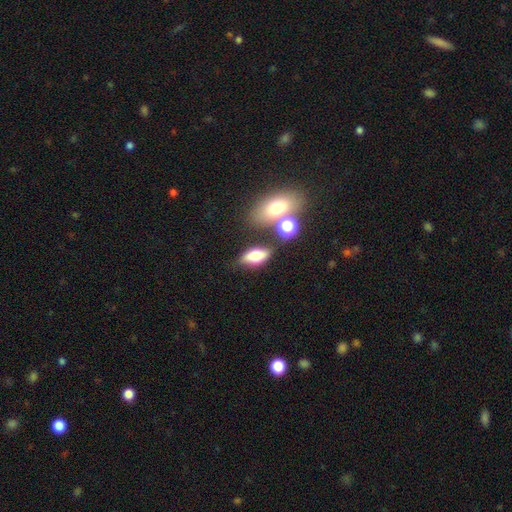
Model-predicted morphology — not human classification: Q: Smooth or featured?
A: smooth (68%); runner-up: featured or disk (22%)
Q: How rounded?
A: in between (82%); runner-up: cigar-shaped (10%)
Q: Merging?
A: none (66%); runner-up: minor disturbance (17%)